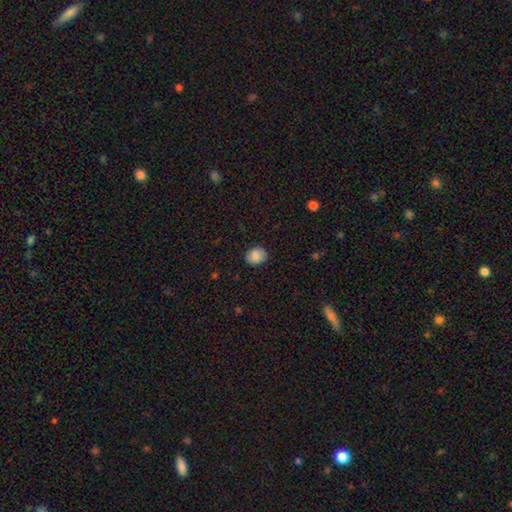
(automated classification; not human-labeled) The model was most divided on "how rounded": round: 57%, in between: 42%, cigar-shaped: 1%. More confident: merging — none (87%); smooth or featured — smooth (85%).